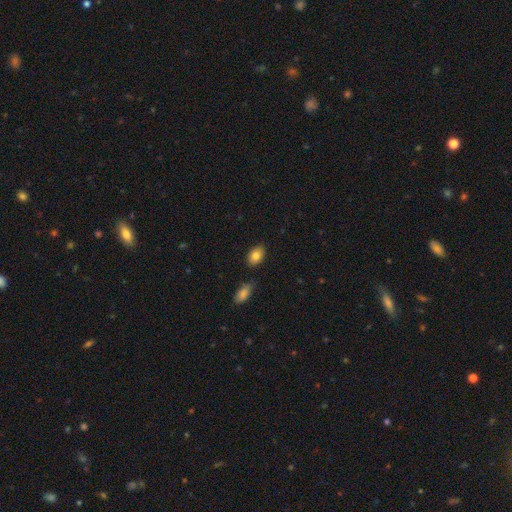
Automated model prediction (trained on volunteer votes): smooth_or_featured: smooth (p=0.84) [alt: featured or disk p=0.08]
how_rounded: in between (p=0.88) [alt: round p=0.10]
merging: none (p=0.83) [alt: minor disturbance p=0.11]